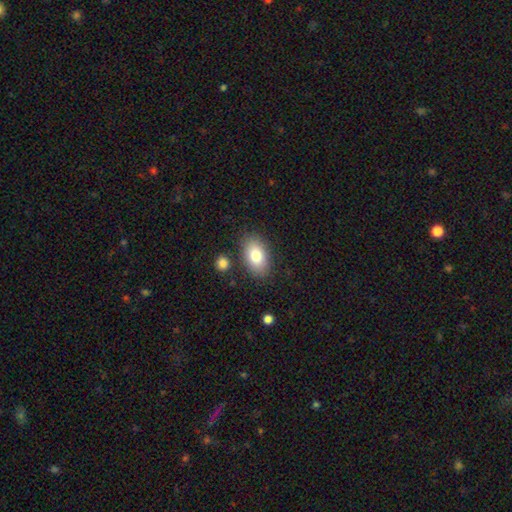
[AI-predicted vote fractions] Q: Smooth or featured?
A: smooth (81%); runner-up: featured or disk (12%)
Q: How rounded?
A: in between (91%); runner-up: round (7%)
Q: Merging?
A: none (84%); runner-up: minor disturbance (10%)